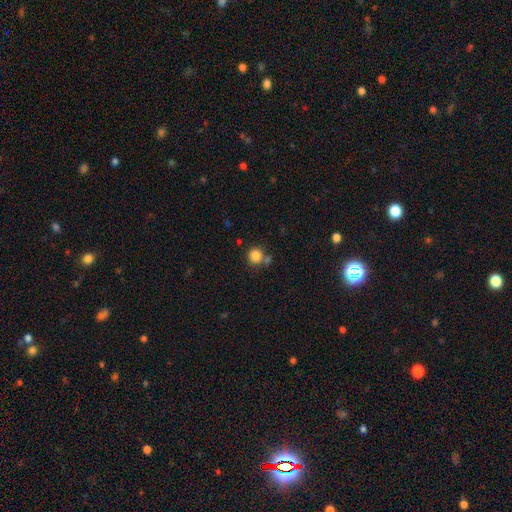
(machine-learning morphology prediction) smooth-or-featured: smooth: 84% | star or artifact: 11% | featured or disk: 5%
  how-rounded: round: 92% | in between: 7% | cigar-shaped: 1%
  merging: none: 66% | merger: 20% | minor disturbance: 10% | major disturbance: 4%